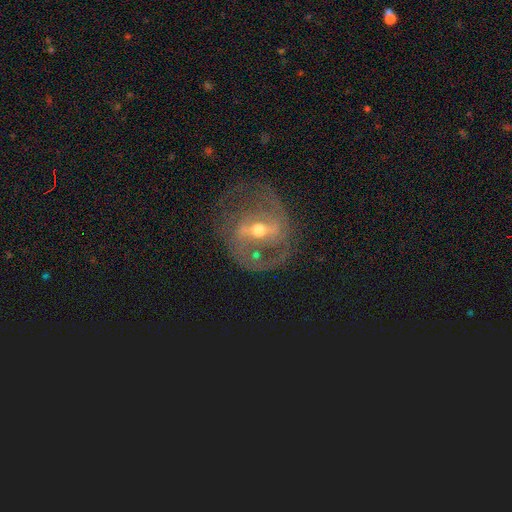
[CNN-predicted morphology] Smooth or featured?
  - featured or disk: 85% *
  - smooth: 9%
  - star or artifact: 6%
Edge-on disk?
  - no: 94% *
  - yes: 6%
Bar?
  - strong: 57% *
  - weak: 30%
  - no: 13%
Spiral arms?
  - yes: 79% *
  - no: 21%
Spiral winding?
  - medium: 48% *
  - tight: 29%
  - loose: 23%
Spiral arm count?
  - 2: 80% *
  - can't tell: 10%
  - 1: 4%
  - 3: 3%
  - 4: 2%
  - more than 4: 2%
Bulge size?
  - moderate: 64% *
  - small: 31%
  - large: 3%
  - none: 1%
  - dominant: 1%
Merging?
  - none: 68% *
  - minor disturbance: 16%
  - major disturbance: 14%
  - merger: 2%